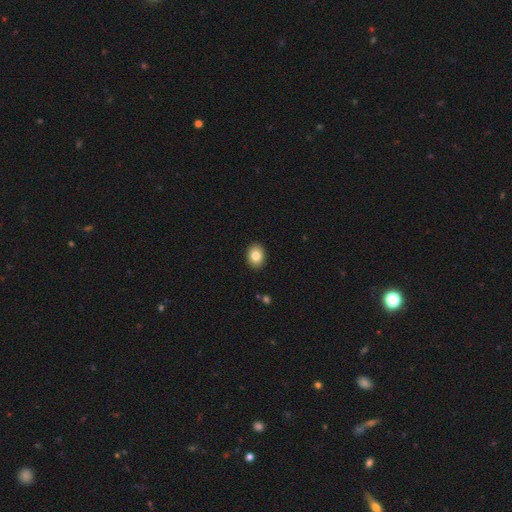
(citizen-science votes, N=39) Morphology: type=smooth (90%); roundness=in between (60%); merging=none (95%).